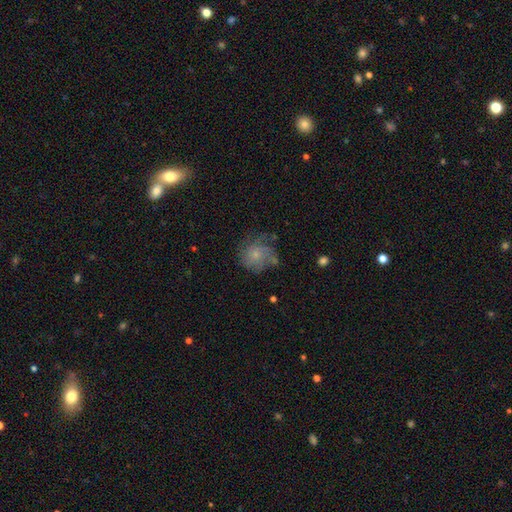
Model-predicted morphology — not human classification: This appears to be a featured or disk galaxy (49%). Merging: none (55%).